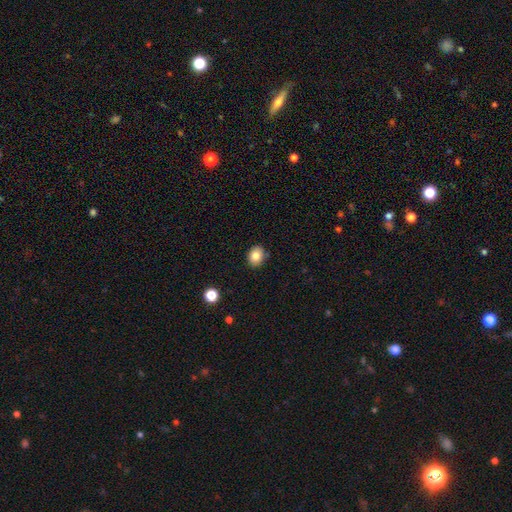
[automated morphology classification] A smooth galaxy with no disk features (83%) that is round (51%).

Vote fractions:
- Smooth or featured? smooth: 83% / star or artifact: 10% / featured or disk: 7%
- How rounded? round: 51% / in between: 48% / cigar-shaped: 1%
- Merging? none: 86% / minor disturbance: 10% / major disturbance: 2% / merger: 2%